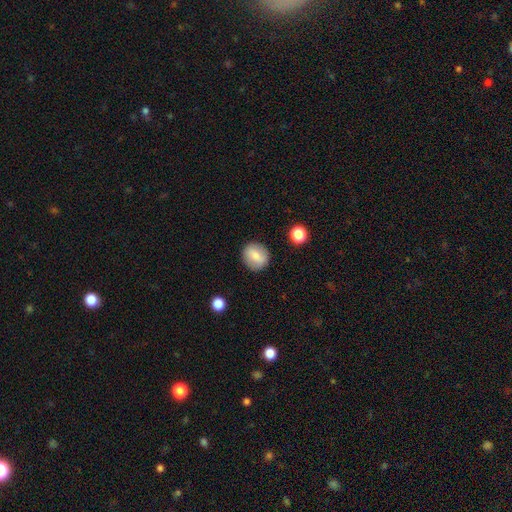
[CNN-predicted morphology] smooth-or-featured: smooth: 75% | featured or disk: 17% | star or artifact: 8%
  how-rounded: round: 77% | in between: 21% | cigar-shaped: 1%
  merging: none: 88% | minor disturbance: 9% | major disturbance: 3% | merger: 1%